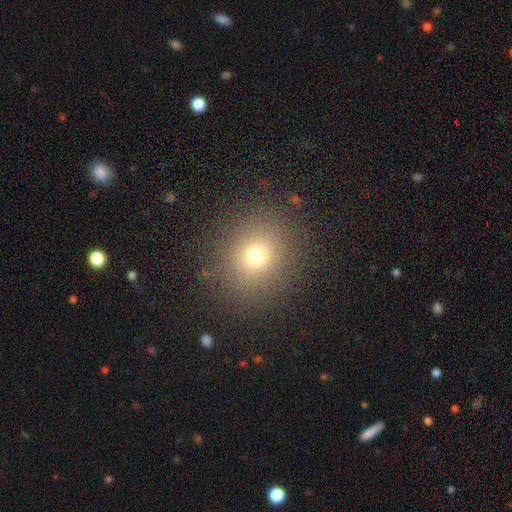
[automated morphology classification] This is likely a smooth galaxy (70%). How rounded: clearly round (81%). Merging: clearly none (87%).